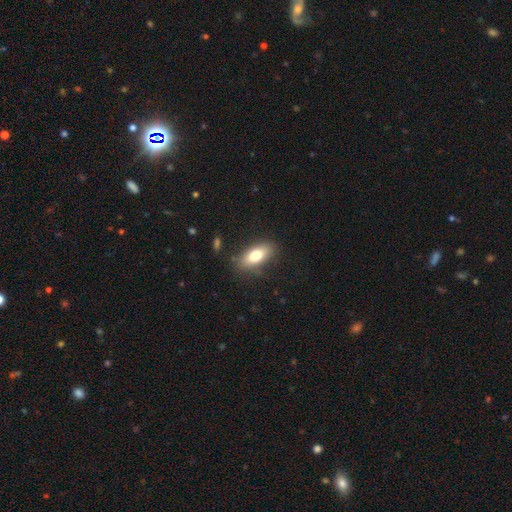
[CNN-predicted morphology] A smooth galaxy with no disk features (76%) that is in between round and cigar-shaped (84%). Merging: none (80%).